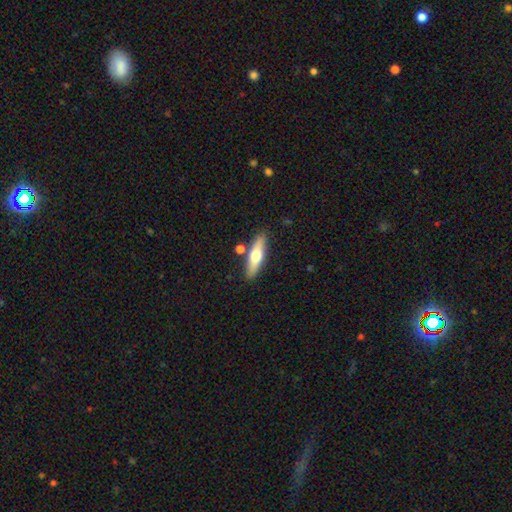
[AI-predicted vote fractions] smooth_or_featured: smooth (p=0.51) [alt: featured or disk p=0.43]
how_rounded: cigar-shaped (p=0.66) [alt: in between p=0.31]
merging: none (p=0.81) [alt: minor disturbance p=0.10]